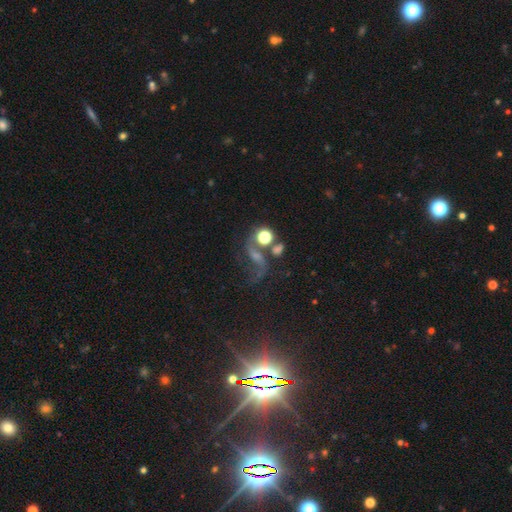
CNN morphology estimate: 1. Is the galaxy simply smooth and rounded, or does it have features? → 57% featured or disk, 28% star or artifact, 15% smooth.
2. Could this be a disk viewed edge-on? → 94% no, 6% yes.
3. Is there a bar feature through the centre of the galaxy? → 45% no, 37% weak, 18% strong.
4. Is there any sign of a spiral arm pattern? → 86% yes, 14% no.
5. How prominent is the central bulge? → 37% small, 32% moderate, 19% none, 8% large, 4% dominant.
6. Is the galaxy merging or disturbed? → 45% none, 22% merger, 18% major disturbance, 15% minor disturbance.